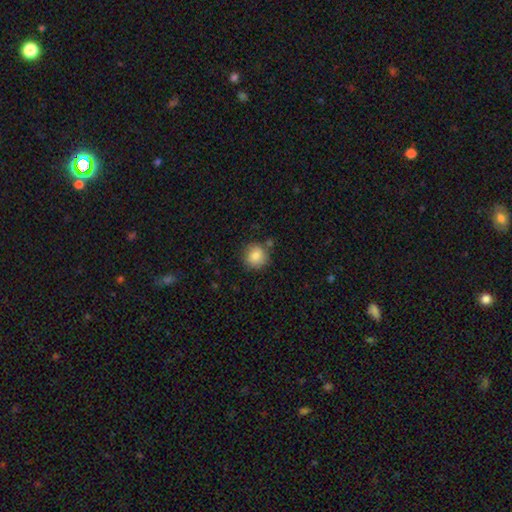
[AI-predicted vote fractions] A smooth galaxy with no disk features (84%) that is round (88%). Merging: none (77%).